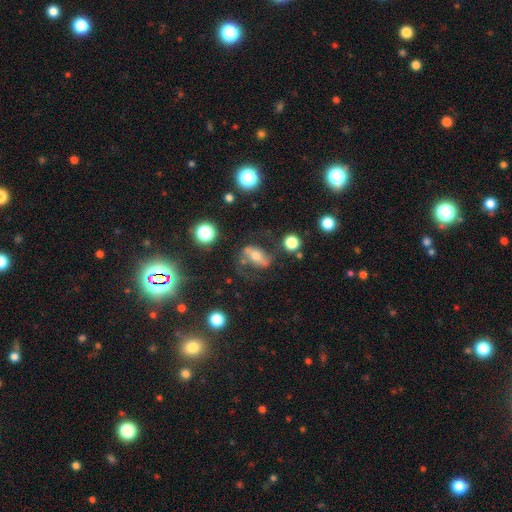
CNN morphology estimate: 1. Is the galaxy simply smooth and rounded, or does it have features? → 58% featured or disk, 31% smooth, 11% star or artifact.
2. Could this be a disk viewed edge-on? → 86% no, 14% yes.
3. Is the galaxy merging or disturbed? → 57% none, 20% minor disturbance, 17% major disturbance, 6% merger.